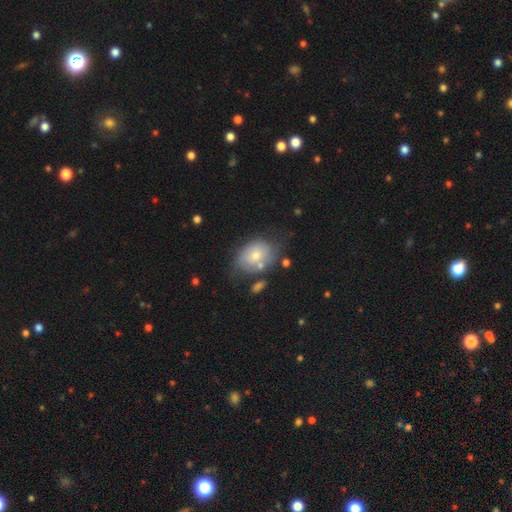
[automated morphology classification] type=smooth (58%); roundness=in between (71%); merging=none (47%).